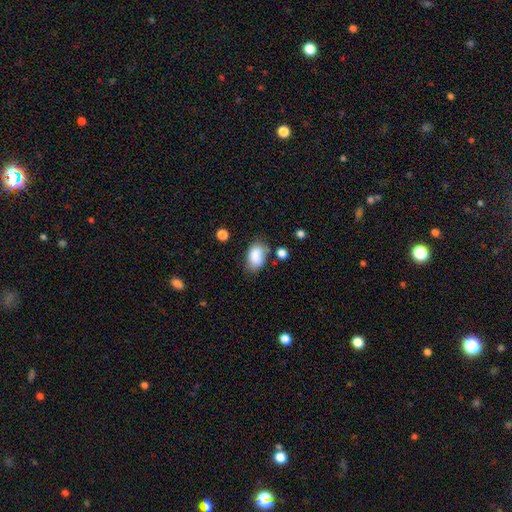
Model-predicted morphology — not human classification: Smooth or featured?
  - smooth: 87% *
  - star or artifact: 8%
  - featured or disk: 6%
How rounded?
  - in between: 90% *
  - round: 9%
  - cigar-shaped: 1%
Merging?
  - none: 67% *
  - minor disturbance: 21%
  - merger: 7%
  - major disturbance: 5%